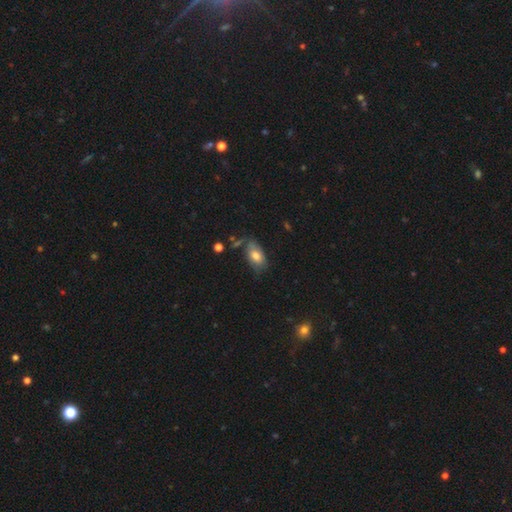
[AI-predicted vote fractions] Morphology: type=smooth (73%); roundness=in between (90%); merging=none (56%).